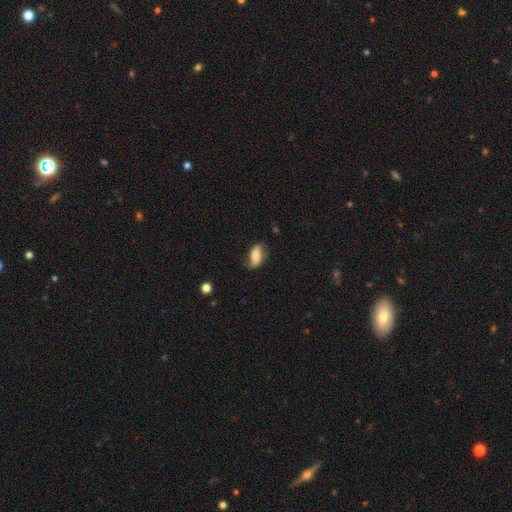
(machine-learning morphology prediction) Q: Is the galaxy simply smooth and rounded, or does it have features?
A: smooth — 53%.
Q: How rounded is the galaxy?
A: in between — 86%.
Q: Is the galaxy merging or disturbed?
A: none — 70%.